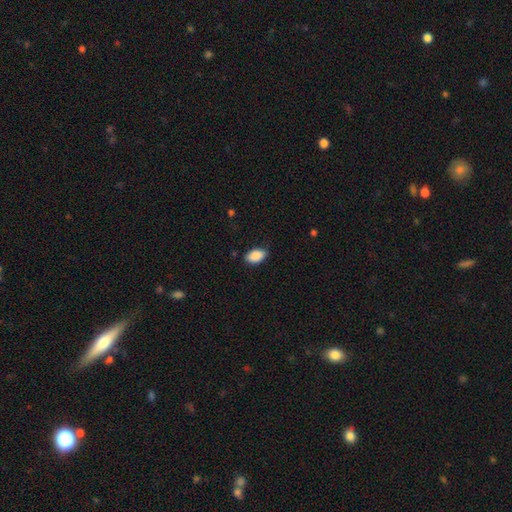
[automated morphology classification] A smooth galaxy with no disk features (89%) that is in between round and cigar-shaped (93%).

Vote fractions:
- Smooth or featured? smooth: 89% / star or artifact: 7% / featured or disk: 4%
- How rounded? in between: 93% / round: 6% / cigar-shaped: 2%
- Merging? none: 82% / minor disturbance: 15% / major disturbance: 3% / merger: 1%